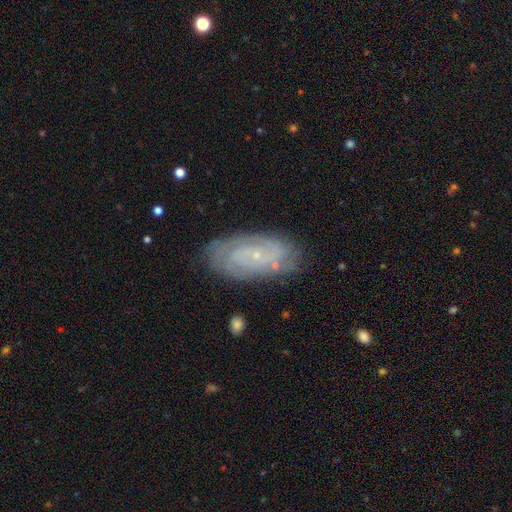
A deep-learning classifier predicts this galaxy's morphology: This is likely a featured or disk galaxy (77%). It is clearly not viewed edge-on (94%). Bar: likely no (69%). Spiral arm pattern: clearly yes (92%). Spiral arm count: marginally can't tell (40%). Spiral winding: likely tight (68%). Central bulge: clearly small (86%). Merging: likely none (80%).